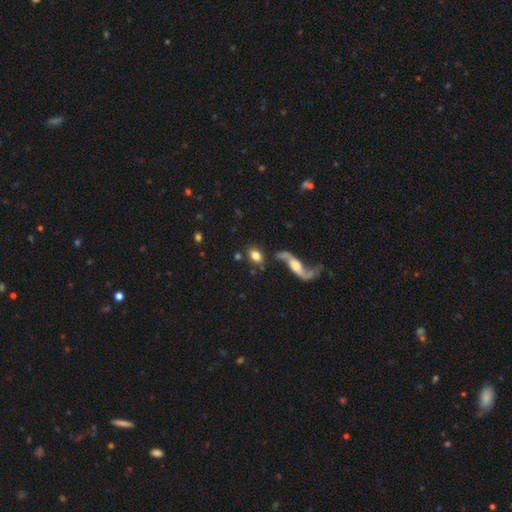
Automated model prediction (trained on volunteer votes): Morphology: type=smooth (77%); roundness=in between (74%); merging=none (66%).